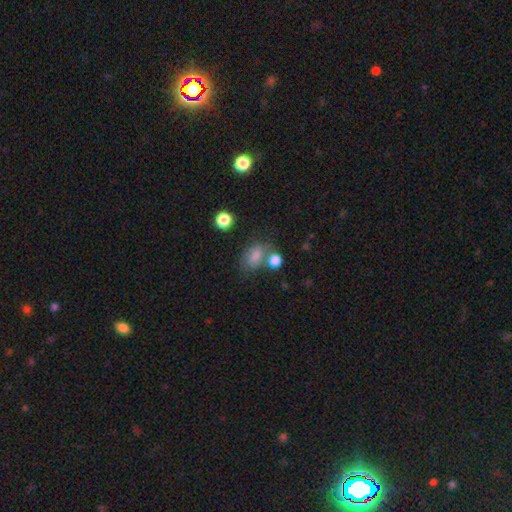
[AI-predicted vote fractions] The model was most divided on "merging": none: 53%, merger: 20%, minor disturbance: 18%, major disturbance: 8%. More confident: how rounded — in between (75%); smooth or featured — smooth (74%).